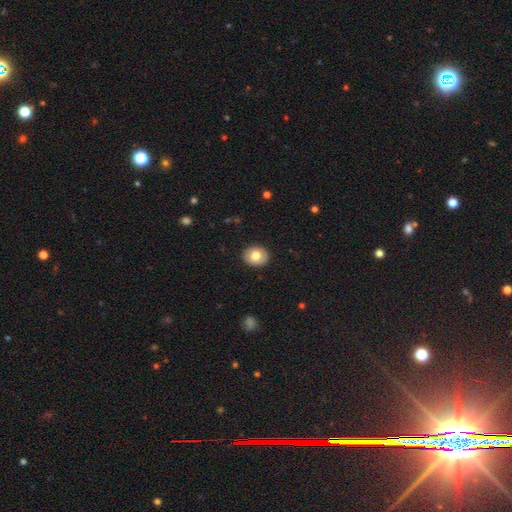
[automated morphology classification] This is likely a smooth galaxy (75%). How rounded: likely round (61%). Merging: clearly none (90%).